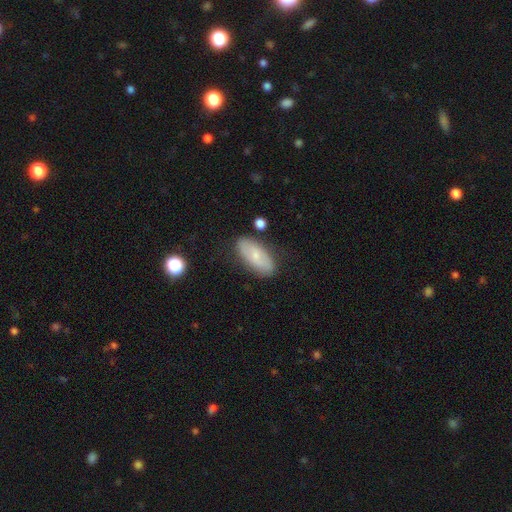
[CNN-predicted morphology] smooth-or-featured: smooth: 64% | featured or disk: 29% | star or artifact: 7%
  how-rounded: in between: 87% | cigar-shaped: 10% | round: 3%
  merging: none: 79% | minor disturbance: 15% | major disturbance: 4% | merger: 3%